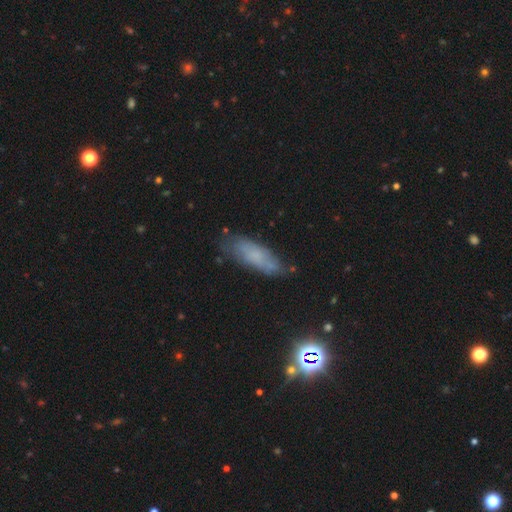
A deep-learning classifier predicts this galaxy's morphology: A smooth galaxy with no disk features (59%) that is in between round and cigar-shaped (58%).

Vote fractions:
- Smooth or featured? smooth: 59% / featured or disk: 29% / star or artifact: 12%
- How rounded? in between: 58% / cigar-shaped: 39% / round: 2%
- Merging? none: 65% / minor disturbance: 24% / major disturbance: 7% / merger: 3%